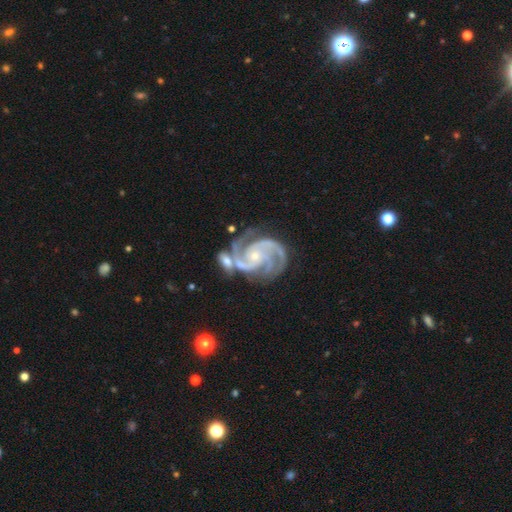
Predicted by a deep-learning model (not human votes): smooth_or_featured: featured or disk (p=0.94) [alt: star or artifact p=0.04]
disk_edge_on: no (p=0.98) [alt: yes p=0.02]
bar: no (p=0.65) [alt: weak p=0.25]
has_spiral_arms: yes (p=0.99) [alt: no p=0.01]
spiral_winding: medium (p=0.48) [alt: tight p=0.46]
spiral_arm_count: 3 (p=0.49) [alt: 2 p=0.25]
bulge_size: small (p=0.78) [alt: moderate p=0.18]
merging: none (p=0.54) [alt: minor disturbance p=0.19]